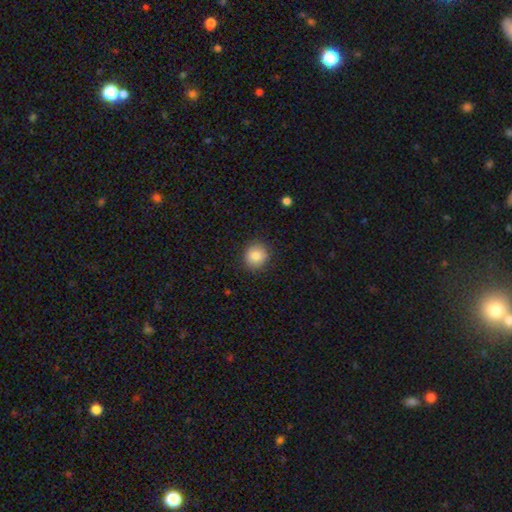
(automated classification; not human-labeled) A smooth galaxy with no disk features (84%) that is round (89%). Merging: none (89%).